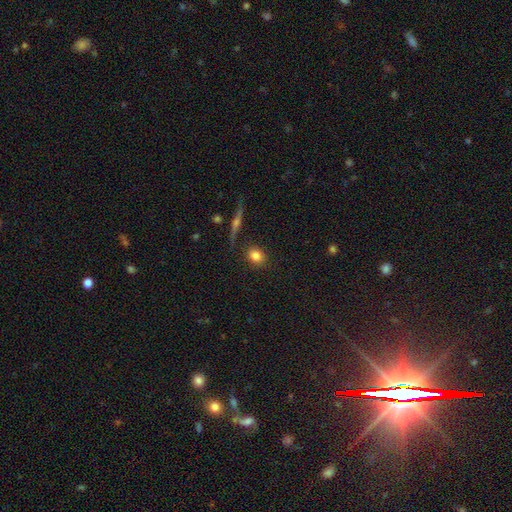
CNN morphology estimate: Smooth or featured?
  - smooth: 81% *
  - featured or disk: 9%
  - star or artifact: 9%
How rounded?
  - round: 57% *
  - in between: 41%
  - cigar-shaped: 3%
Merging?
  - none: 84% *
  - minor disturbance: 10%
  - merger: 3%
  - major disturbance: 3%